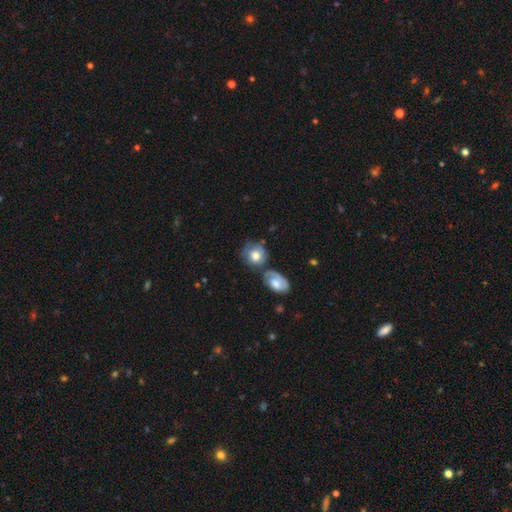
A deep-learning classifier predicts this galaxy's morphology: Smooth or featured?
  - smooth: 64% *
  - featured or disk: 29%
  - star or artifact: 7%
How rounded?
  - round: 69% *
  - in between: 29%
  - cigar-shaped: 1%
Merging?
  - none: 46% *
  - merger: 24%
  - minor disturbance: 20%
  - major disturbance: 11%